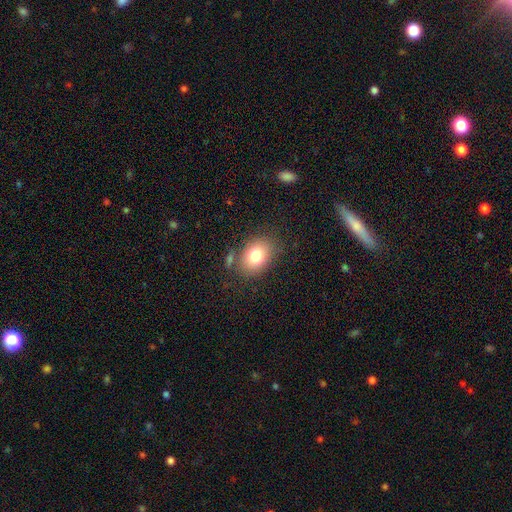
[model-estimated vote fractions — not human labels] Smooth or featured: smooth — 79% (featured or disk — 12%)
How rounded: in between — 73% (round — 26%)
Merging: none — 75% (minor disturbance — 14%)